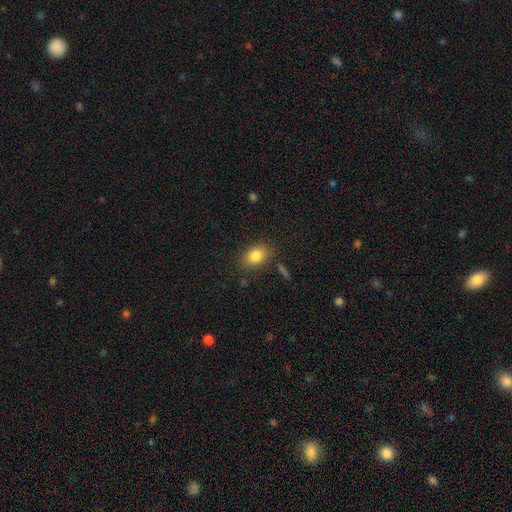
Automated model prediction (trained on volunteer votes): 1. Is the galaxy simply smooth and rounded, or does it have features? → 83% smooth, 9% star or artifact, 8% featured or disk.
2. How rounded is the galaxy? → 76% in between, 22% round, 2% cigar-shaped.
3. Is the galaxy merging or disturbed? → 82% none, 12% minor disturbance, 3% major disturbance, 3% merger.